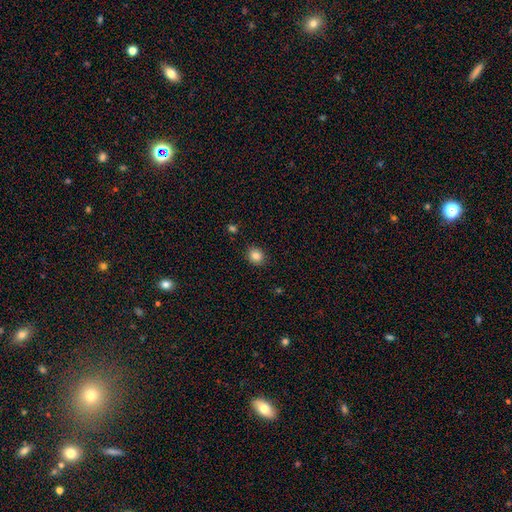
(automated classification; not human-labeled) smooth-or-featured: smooth: 85% | star or artifact: 10% | featured or disk: 5%
  how-rounded: round: 72% | in between: 27% | cigar-shaped: 1%
  merging: none: 89% | minor disturbance: 7% | major disturbance: 2% | merger: 1%